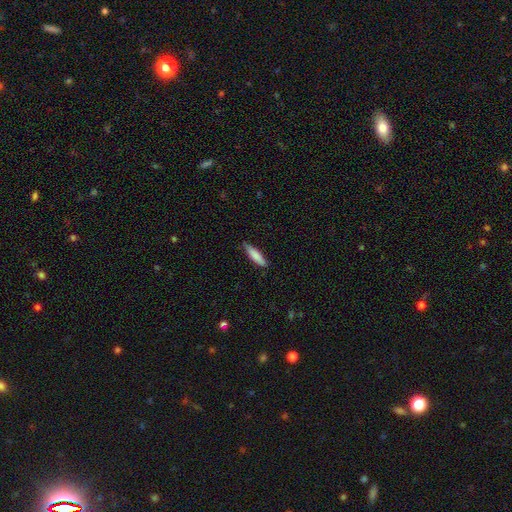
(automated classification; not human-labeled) This is clearly a smooth galaxy (83%). How rounded: likely cigar-shaped (75%). Merging: clearly none (81%).